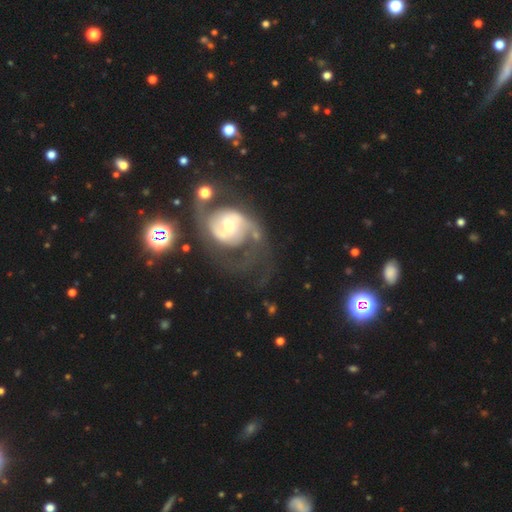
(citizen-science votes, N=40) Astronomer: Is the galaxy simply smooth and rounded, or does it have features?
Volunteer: featured or disk — 78%.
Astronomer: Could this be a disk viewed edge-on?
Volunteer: no — 97%.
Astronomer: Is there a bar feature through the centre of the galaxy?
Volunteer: weak — 50% (runner-up: no, 33%).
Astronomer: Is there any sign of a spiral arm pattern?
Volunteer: yes — 83%.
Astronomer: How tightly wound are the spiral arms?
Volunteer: medium — 56%.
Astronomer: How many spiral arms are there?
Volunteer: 2 — 44% (runner-up: 1, 28%).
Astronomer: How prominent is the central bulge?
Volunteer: small — 47% (runner-up: moderate, 43%).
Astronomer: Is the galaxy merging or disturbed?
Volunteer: none — 40% (runner-up: major disturbance, 37%).